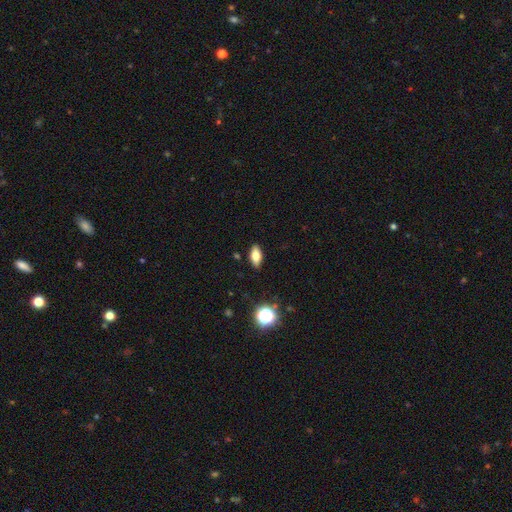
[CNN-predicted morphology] smooth_or_featured: smooth (p=0.72) [alt: featured or disk p=0.18]
how_rounded: in between (p=0.83) [alt: cigar-shaped p=0.12]
merging: none (p=0.88) [alt: minor disturbance p=0.09]